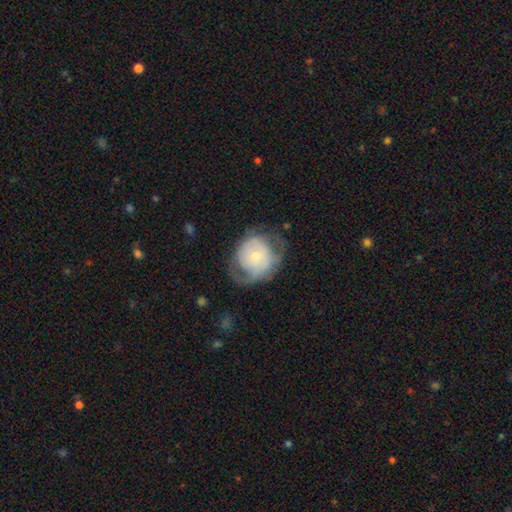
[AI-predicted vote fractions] Smooth or featured: featured or disk — 54% (smooth — 39%)
Edge-on disk: no — 96% (yes — 4%)
Bar: no — 82% (weak — 15%)
Spiral arms: yes — 65% (no — 35%)
Bulge size: small — 65% (moderate — 27%)
Merging: none — 47% (major disturbance — 26%)